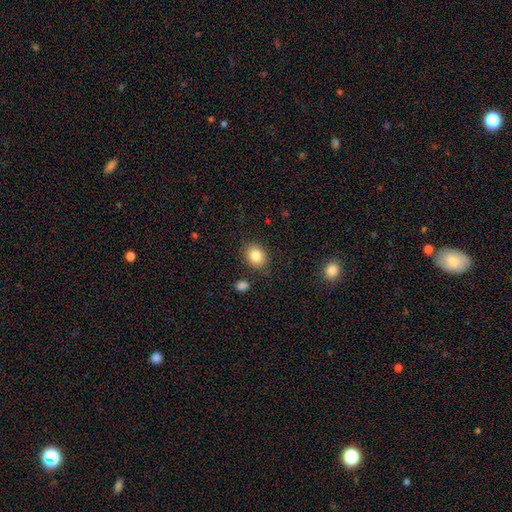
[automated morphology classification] type=smooth (84%); roundness=round (54%); merging=none (85%).